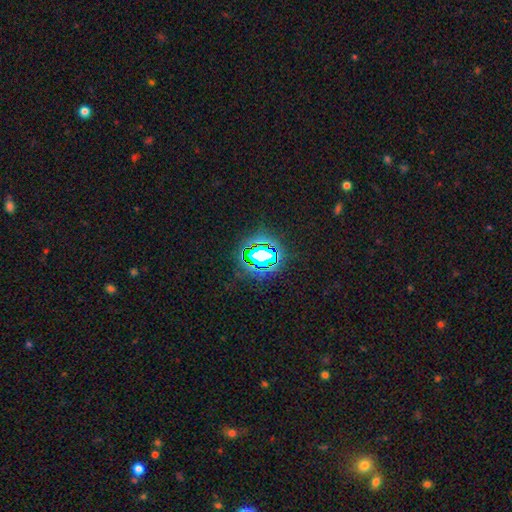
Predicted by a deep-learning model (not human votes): star or artifact 78%, smooth 14%, featured or disk 8%.